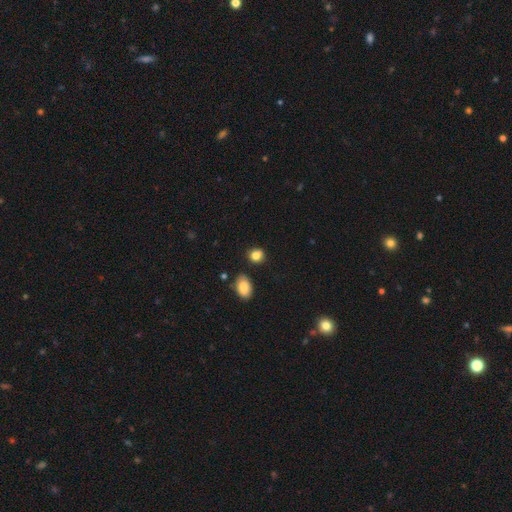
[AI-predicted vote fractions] Smooth or featured?
  - smooth: 85% *
  - star or artifact: 10%
  - featured or disk: 5%
How rounded?
  - round: 63% *
  - in between: 36%
  - cigar-shaped: 1%
Merging?
  - none: 81% *
  - minor disturbance: 12%
  - merger: 5%
  - major disturbance: 3%